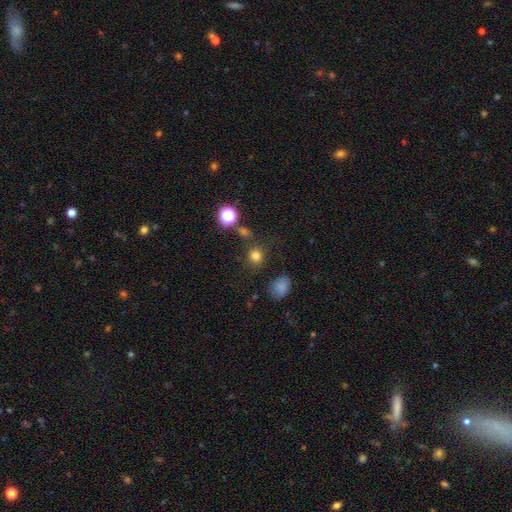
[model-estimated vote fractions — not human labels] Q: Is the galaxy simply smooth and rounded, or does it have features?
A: smooth — 77%.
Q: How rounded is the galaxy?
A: round — 79%.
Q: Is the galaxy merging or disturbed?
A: none — 78%.